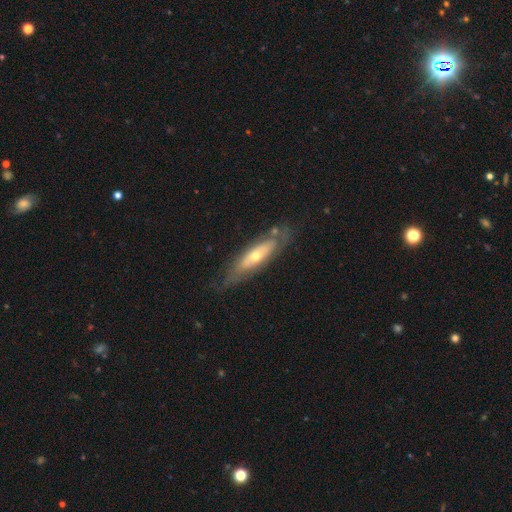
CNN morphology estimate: smooth_or_featured: featured or disk (p=0.60) [alt: smooth p=0.34]
disk_edge_on: no (p=0.58) [alt: yes p=0.42]
merging: none (p=0.70) [alt: minor disturbance p=0.20]